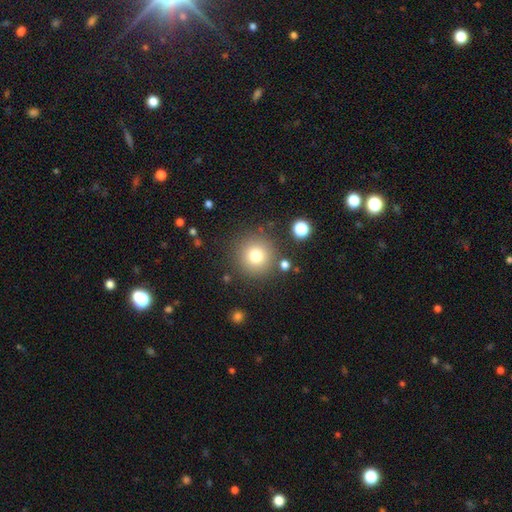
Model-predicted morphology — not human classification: smooth-or-featured: smooth: 77% | star or artifact: 13% | featured or disk: 10%
  how-rounded: round: 96% | in between: 3% | cigar-shaped: 1%
  merging: none: 85% | minor disturbance: 8% | major disturbance: 4% | merger: 4%